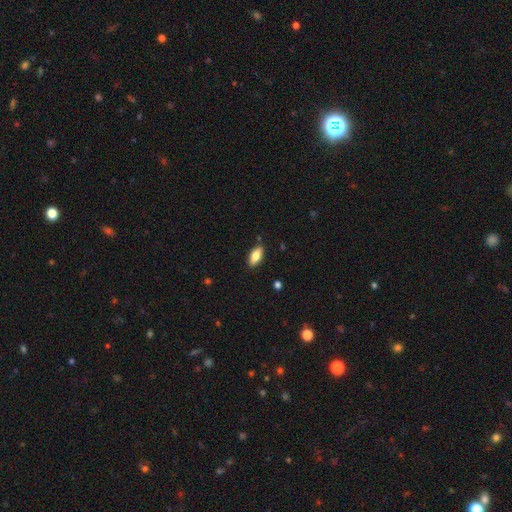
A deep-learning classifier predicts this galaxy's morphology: Smooth or featured: smooth — 79% (featured or disk — 14%)
How rounded: in between — 87% (cigar-shaped — 11%)
Merging: none — 86% (minor disturbance — 10%)